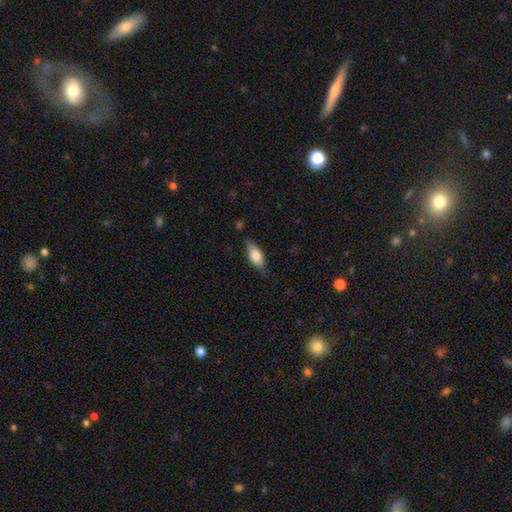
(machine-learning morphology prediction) This is likely a smooth galaxy (75%). How rounded: likely in between (79%). Merging: likely none (74%).